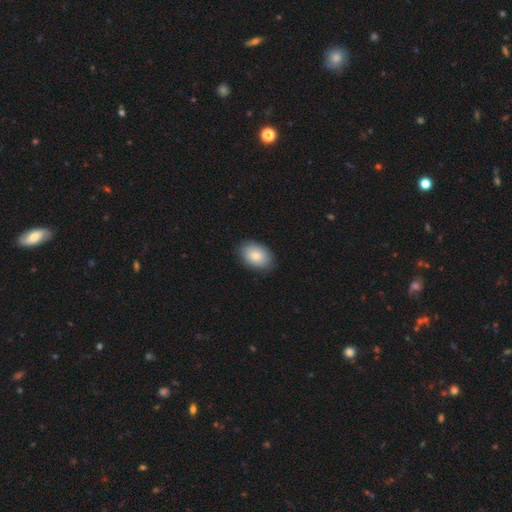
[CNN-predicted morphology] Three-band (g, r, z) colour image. It shows a smooth galaxy with no disk features (82%) that is in between round and cigar-shaped (84%). Merging: none (86%).